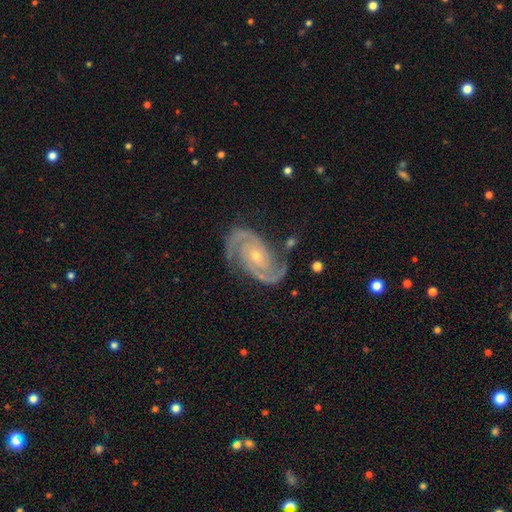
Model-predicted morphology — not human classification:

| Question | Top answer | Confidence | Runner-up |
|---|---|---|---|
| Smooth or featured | featured or disk | 93% | star or artifact (5%) |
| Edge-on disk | no | 98% | yes (2%) |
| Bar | no | 64% | weak (26%) |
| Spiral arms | yes | 99% | no (1%) |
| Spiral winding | tight | 47% | medium (46%) |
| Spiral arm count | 2 | 90% | 3 (4%) |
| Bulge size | small | 65% | moderate (32%) |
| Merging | none | 79% | minor disturbance (14%) |